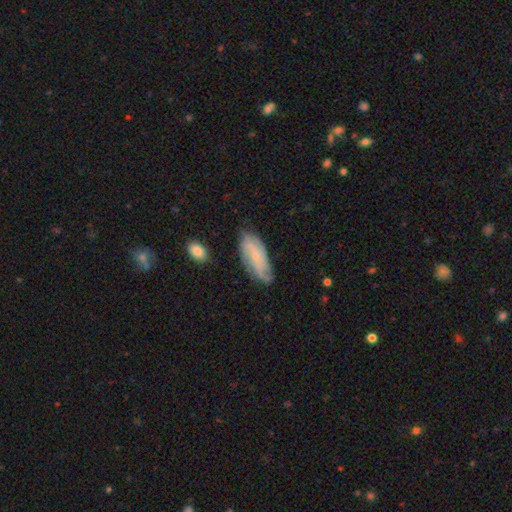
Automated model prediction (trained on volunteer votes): Overall: featured or disk (64%; smooth 29%). Edge-on disk: no (92%). Bar: no (66%; weak 28%). Spiral arms: yes (91%). Spiral arm count: can't tell (31%; 2 29%). Spiral winding: tight (40%; medium 39%). Bulge size: small (76%). Merging: none (68%).